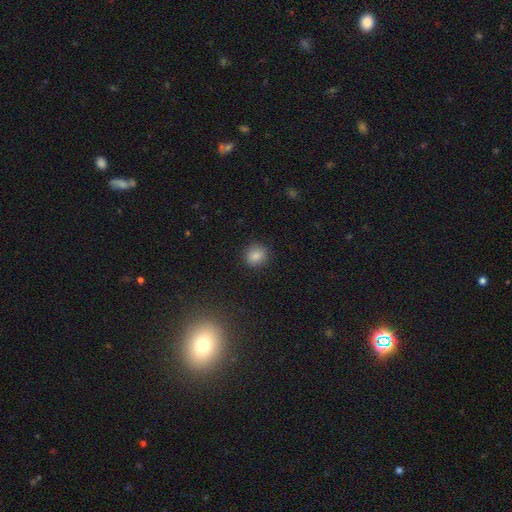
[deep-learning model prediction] Smooth or featured? smooth (84%)
How rounded? round (81%)
Merging? none (89%)